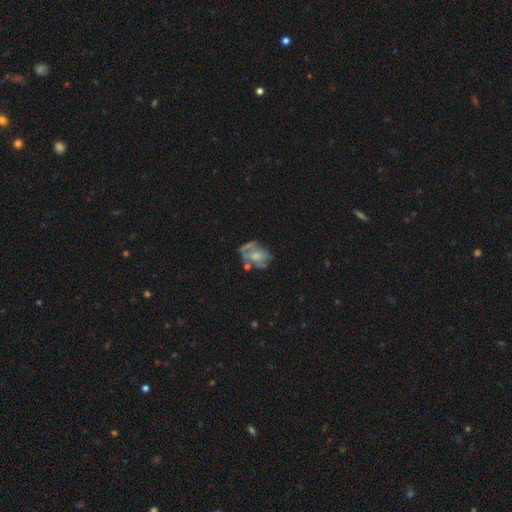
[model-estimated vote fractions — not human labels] Smooth or featured? featured or disk (57%)
Edge-on disk? no (96%)
Bar? no (78%)
Spiral arms? no (68%)
Bulge size? moderate (42%)
Merging? none (40%)